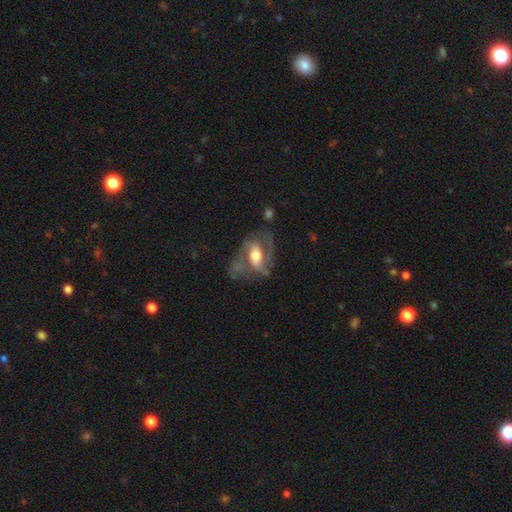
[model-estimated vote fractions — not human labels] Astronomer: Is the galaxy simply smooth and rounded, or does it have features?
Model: featured or disk — 76%.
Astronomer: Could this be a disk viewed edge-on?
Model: no — 95%.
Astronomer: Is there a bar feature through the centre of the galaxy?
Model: weak — 39% (runner-up: no, 34%).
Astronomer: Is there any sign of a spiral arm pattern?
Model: yes — 85%.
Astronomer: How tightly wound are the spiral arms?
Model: medium — 50% (runner-up: loose, 31%).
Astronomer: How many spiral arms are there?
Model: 2 — 76%.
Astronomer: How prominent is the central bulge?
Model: moderate — 62%.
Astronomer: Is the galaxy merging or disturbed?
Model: none — 47% (runner-up: major disturbance, 26%).